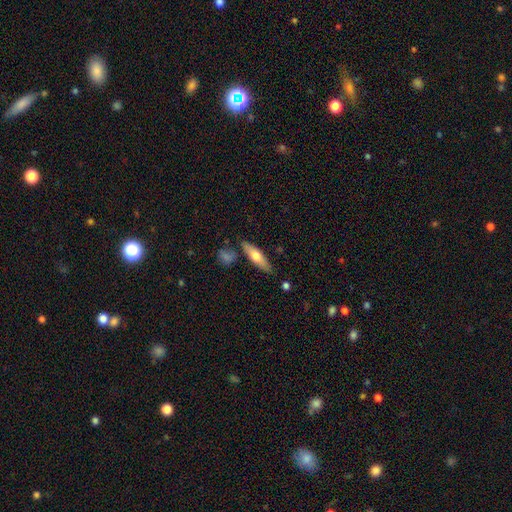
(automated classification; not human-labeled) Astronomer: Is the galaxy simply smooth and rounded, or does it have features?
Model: smooth — 60%.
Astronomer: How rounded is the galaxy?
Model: cigar-shaped — 60% (runner-up: in between, 38%).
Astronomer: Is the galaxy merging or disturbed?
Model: none — 78%.